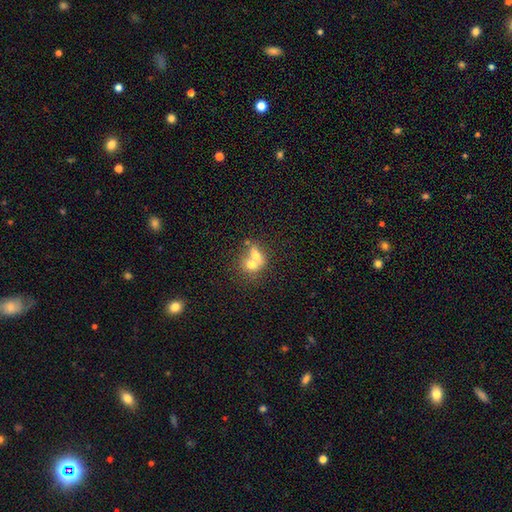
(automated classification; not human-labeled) smooth 67%, featured or disk 24%, star or artifact 9%. Down the decision tree: how rounded — in between (52%); merging — merger (70%).